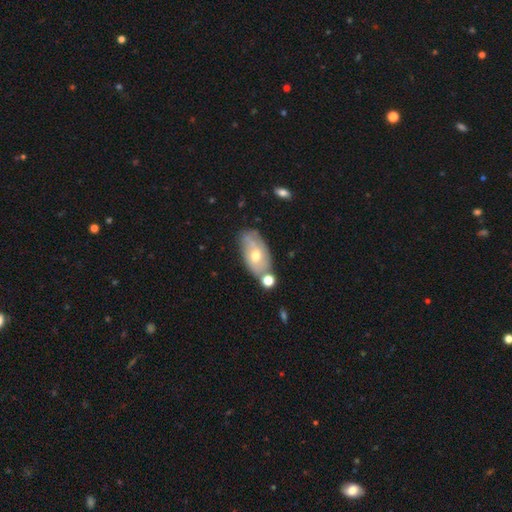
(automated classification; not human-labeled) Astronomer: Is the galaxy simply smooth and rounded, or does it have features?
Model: featured or disk — 48% (runner-up: smooth, 43%).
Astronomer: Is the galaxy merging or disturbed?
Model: none — 56%.